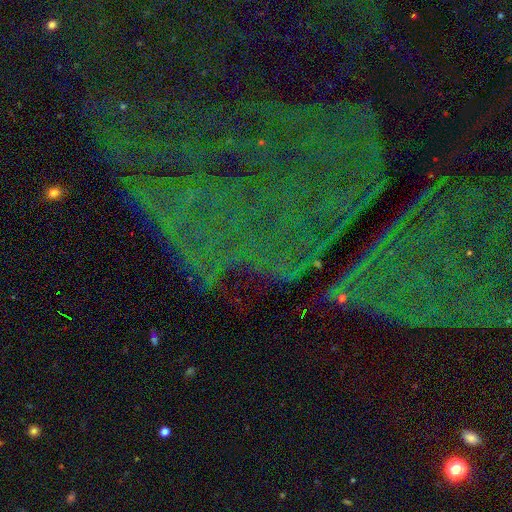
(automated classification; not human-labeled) Q: Smooth or featured?
A: star or artifact (81%); runner-up: featured or disk (10%)